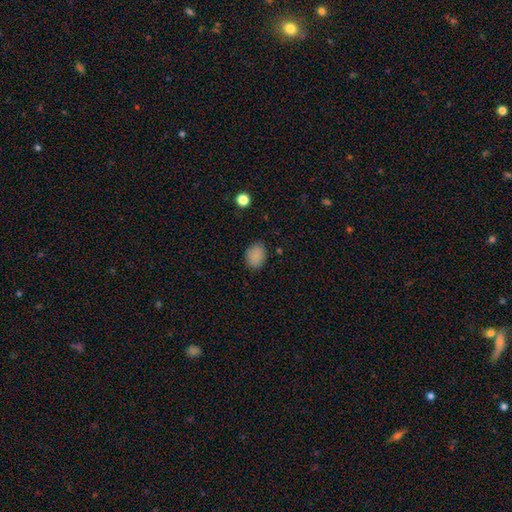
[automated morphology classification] Overall: smooth (87%). How rounded: in between (65%; round 34%). Merging: none (82%).